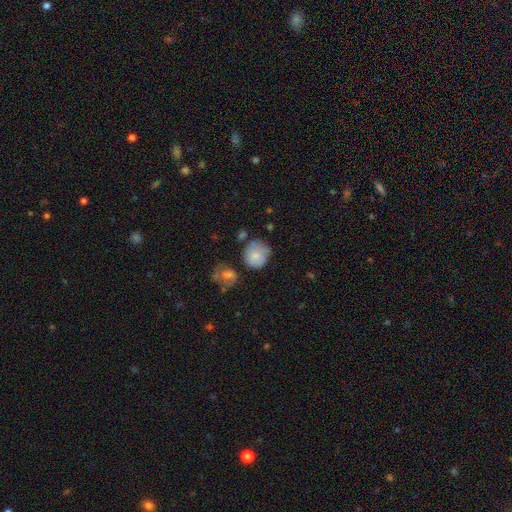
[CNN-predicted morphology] smooth_or_featured: smooth (p=0.79) [alt: featured or disk p=0.13]
how_rounded: round (p=0.80) [alt: in between p=0.19]
merging: none (p=0.53) [alt: minor disturbance p=0.28]